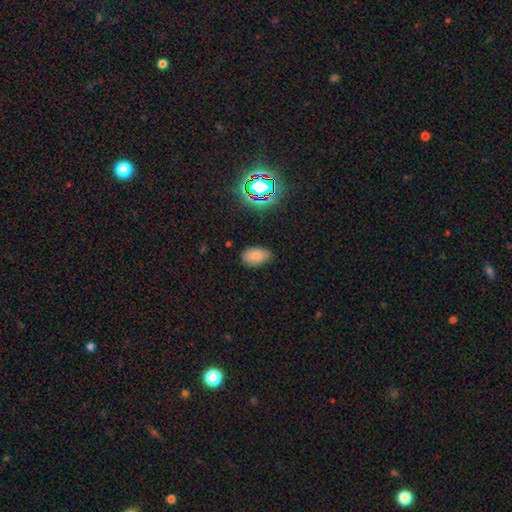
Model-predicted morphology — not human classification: This appears to be a smooth galaxy with no disk features (78%) that is in between round and cigar-shaped (91%). Merging: none (77%).